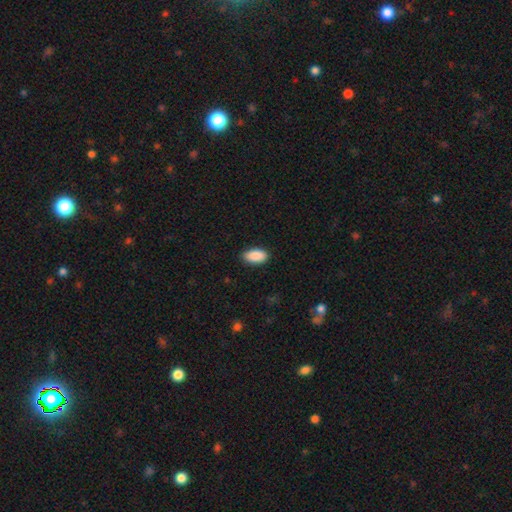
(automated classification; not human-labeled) The model was most divided on "merging": none: 87%, minor disturbance: 10%, major disturbance: 2%, merger: 1%. More confident: how rounded — in between (93%); smooth or featured — smooth (90%).